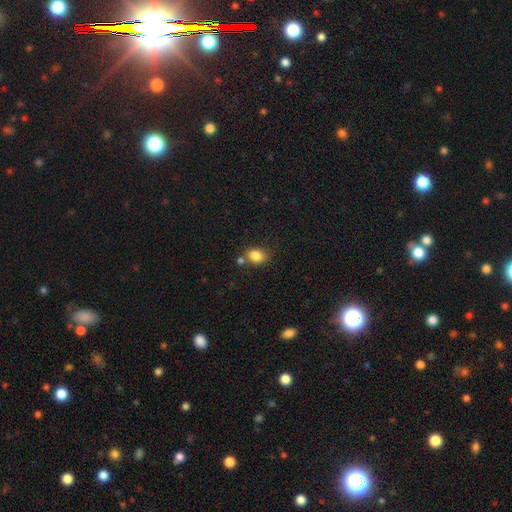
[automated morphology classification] A smooth galaxy with no disk features (84%) that is in between round and cigar-shaped (61%).

Vote fractions:
- Smooth or featured? smooth: 84% / star or artifact: 10% / featured or disk: 6%
- How rounded? in between: 61% / round: 38% / cigar-shaped: 1%
- Merging? none: 63% / merger: 16% / minor disturbance: 16% / major disturbance: 4%